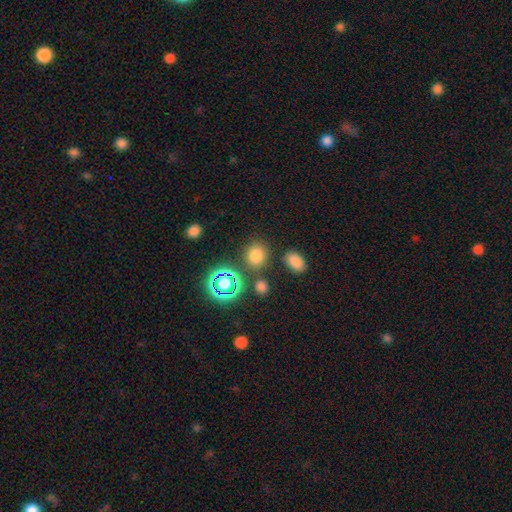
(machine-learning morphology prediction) A smooth galaxy with no disk features (75%) that is round (70%).

Vote fractions:
- Smooth or featured? smooth: 75% / star or artifact: 19% / featured or disk: 6%
- How rounded? round: 70% / in between: 29% / cigar-shaped: 1%
- Merging? none: 79% / minor disturbance: 9% / merger: 8% / major disturbance: 4%